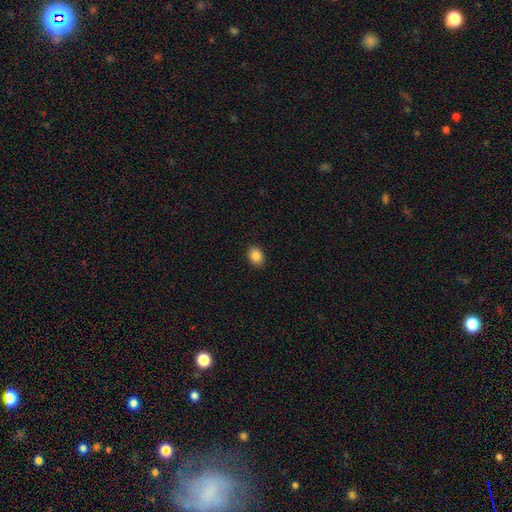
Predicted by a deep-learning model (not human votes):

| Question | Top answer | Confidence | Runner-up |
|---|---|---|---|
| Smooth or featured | smooth | 87% | star or artifact (9%) |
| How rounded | in between | 67% | round (32%) |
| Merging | none | 91% | minor disturbance (7%) |